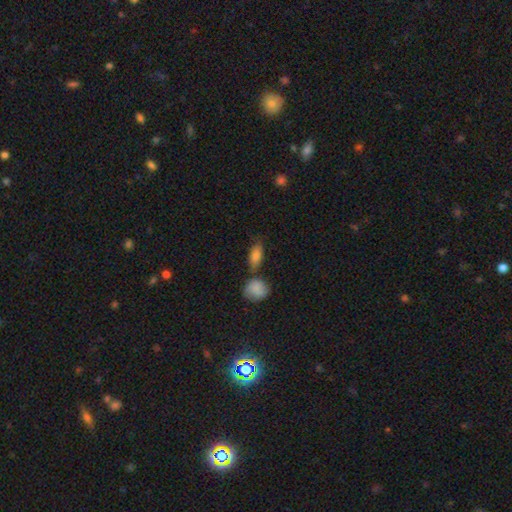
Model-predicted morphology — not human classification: A smooth galaxy with no disk features (80%) that is in between round and cigar-shaped (82%). Merging: none (64%).